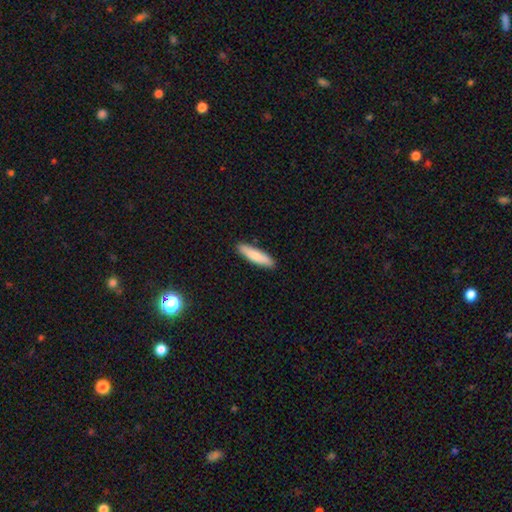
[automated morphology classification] Overall: smooth (81%). How rounded: cigar-shaped (77%). Merging: none (89%).